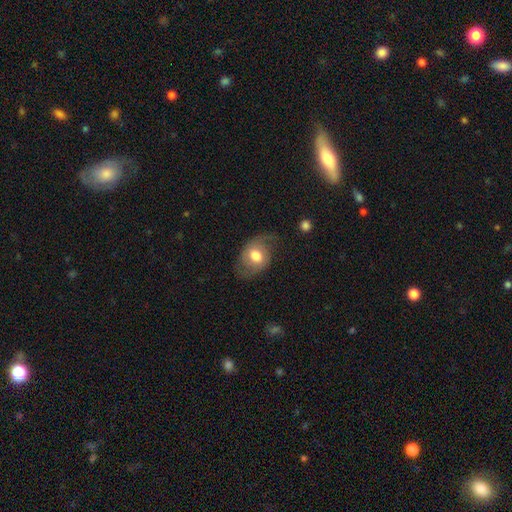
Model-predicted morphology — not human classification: This is possibly a smooth galaxy (49%). Merging: possibly none (56%).